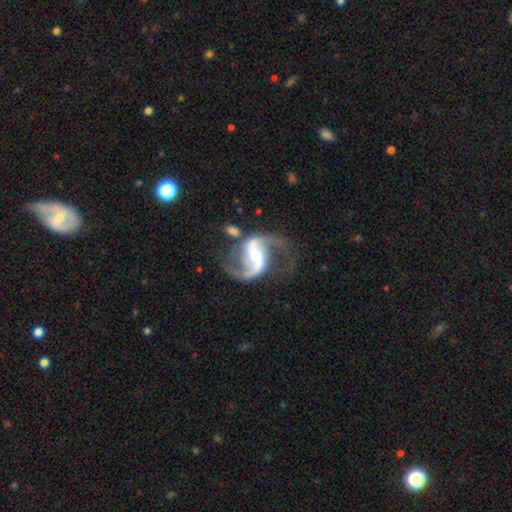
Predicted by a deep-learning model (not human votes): A featured or disk galaxy (92%) with a strong bar (42%), 2 (94%) medium (48%) spiral arms (98%) and a moderate central bulge (67%). Merging: none (64%).